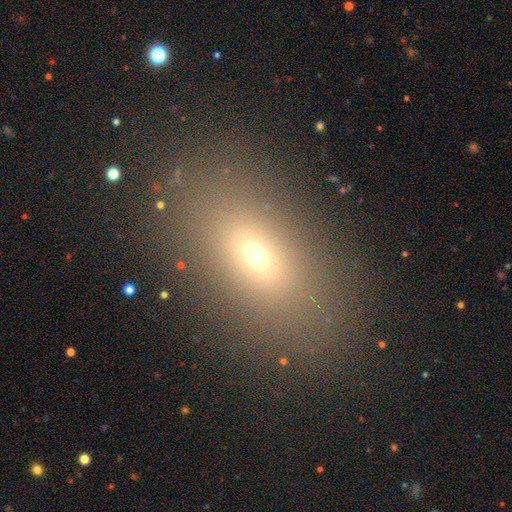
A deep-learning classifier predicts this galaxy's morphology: Smooth or featured? Predicted: smooth (p=0.64). How rounded? Predicted: in between (p=0.79). Merging? Predicted: none (p=0.84).